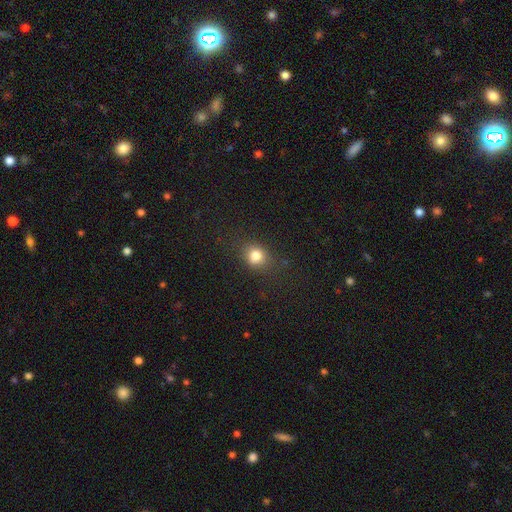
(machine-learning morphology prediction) A smooth galaxy with no disk features (80%) that is round (65%). Merging: none (79%).